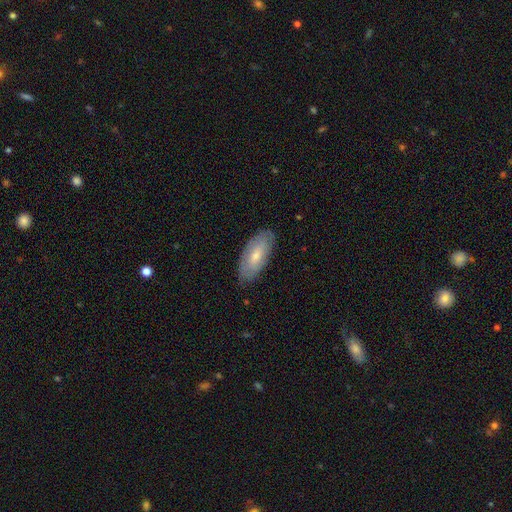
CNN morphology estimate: Smooth or featured? Predicted: smooth (p=0.52). How rounded? Predicted: in between (p=0.85). Merging? Predicted: none (p=0.83).